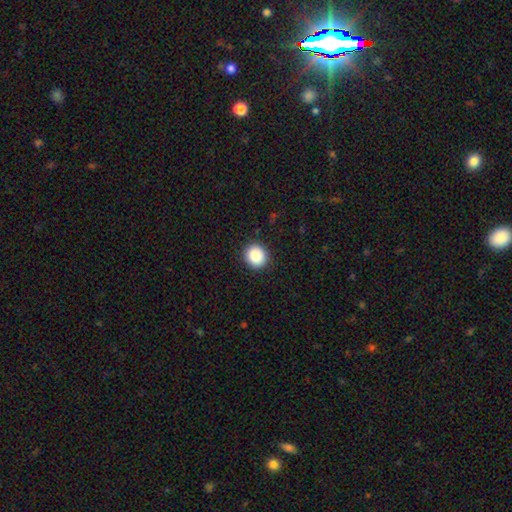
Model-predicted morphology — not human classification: Smooth or featured? smooth (89%)
How rounded? round (85%)
Merging? none (91%)